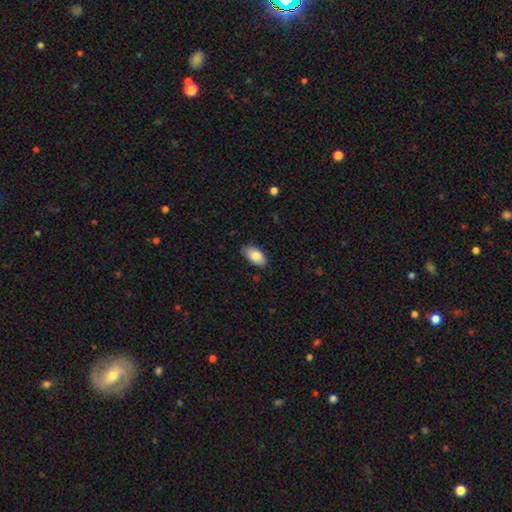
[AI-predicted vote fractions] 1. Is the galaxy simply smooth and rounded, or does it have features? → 85% smooth, 8% featured or disk, 6% star or artifact.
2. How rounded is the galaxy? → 94% in between, 3% round, 2% cigar-shaped.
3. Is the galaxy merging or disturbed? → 81% none, 15% minor disturbance, 2% major disturbance, 1% merger.